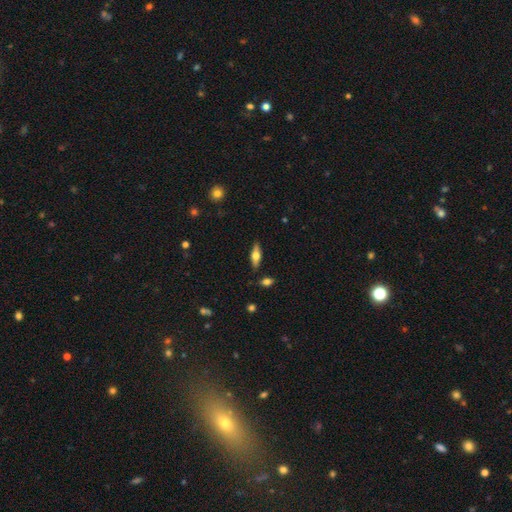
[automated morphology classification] The model was most divided on "smooth or featured": smooth: 50%, featured or disk: 43%, star or artifact: 7%. More confident: merging — none (85%); how rounded — in between (57%).